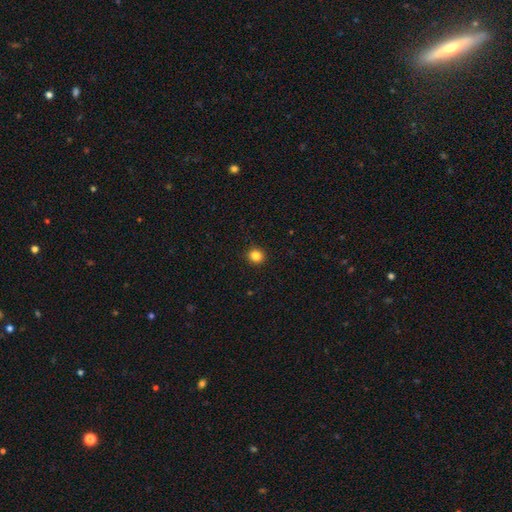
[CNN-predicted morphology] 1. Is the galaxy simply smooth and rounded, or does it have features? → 84% smooth, 12% star or artifact, 4% featured or disk.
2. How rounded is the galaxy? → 90% round, 9% in between, 1% cigar-shaped.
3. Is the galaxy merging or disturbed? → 92% none, 5% minor disturbance, 2% major disturbance, 1% merger.